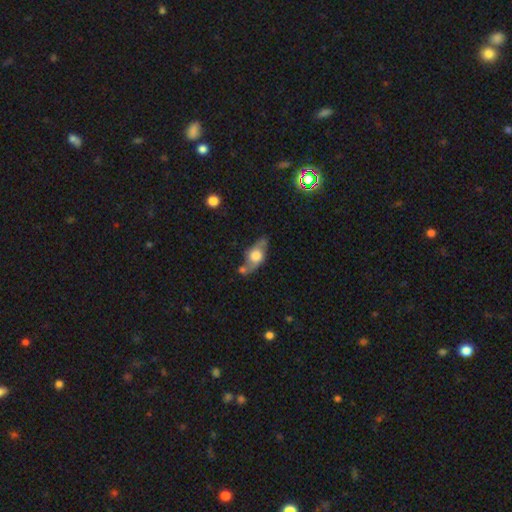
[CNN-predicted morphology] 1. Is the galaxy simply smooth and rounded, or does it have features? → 49% featured or disk, 44% smooth, 7% star or artifact.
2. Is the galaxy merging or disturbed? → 56% none, 22% minor disturbance, 15% merger, 8% major disturbance.